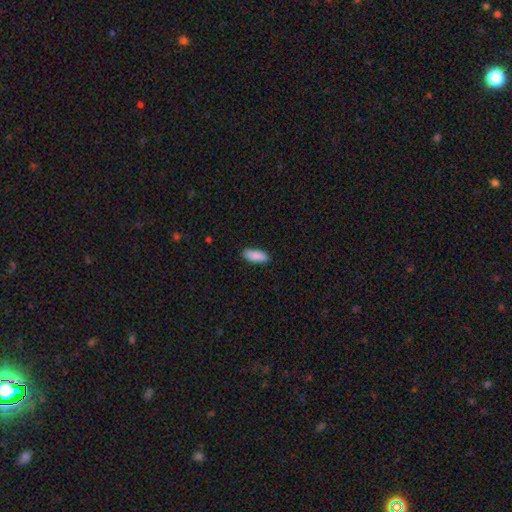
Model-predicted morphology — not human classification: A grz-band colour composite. It shows a smooth galaxy with no disk features (90%) that is in between round and cigar-shaped (79%). Merging: none (87%).